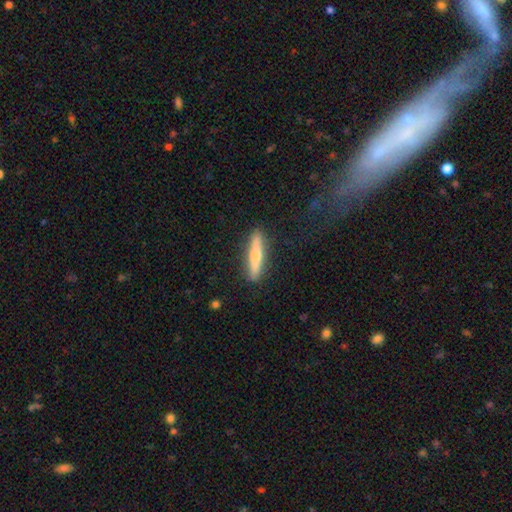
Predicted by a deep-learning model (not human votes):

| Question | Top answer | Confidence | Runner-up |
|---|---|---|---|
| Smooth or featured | smooth | 59% | featured or disk (36%) |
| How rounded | cigar-shaped | 90% | in between (8%) |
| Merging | none | 89% | minor disturbance (8%) |